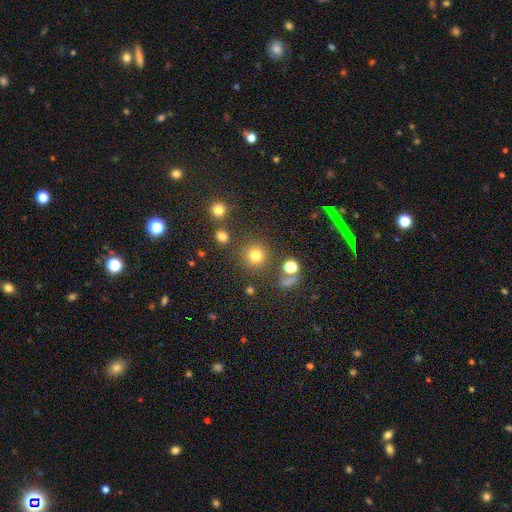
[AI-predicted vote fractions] Smooth or featured? smooth (76%)
How rounded? round (93%)
Merging? none (81%)